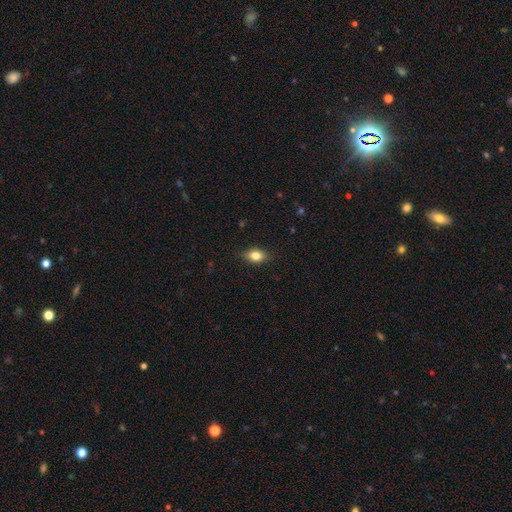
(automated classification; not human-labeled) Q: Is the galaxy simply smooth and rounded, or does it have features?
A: smooth — 80%.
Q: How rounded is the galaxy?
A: in between — 82%.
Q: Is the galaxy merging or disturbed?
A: none — 86%.